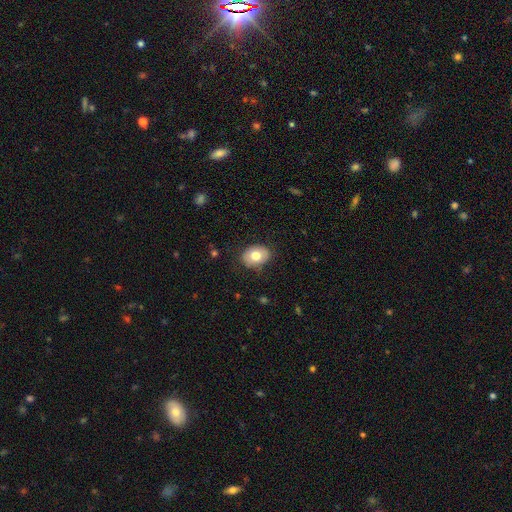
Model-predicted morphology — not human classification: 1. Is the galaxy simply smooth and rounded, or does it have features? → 77% smooth, 16% featured or disk, 8% star or artifact.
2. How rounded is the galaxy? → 72% in between, 27% round, 1% cigar-shaped.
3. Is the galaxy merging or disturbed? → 83% none, 13% minor disturbance, 3% major disturbance, 1% merger.